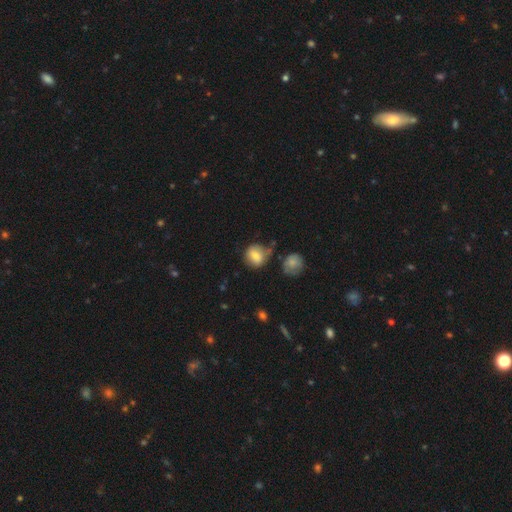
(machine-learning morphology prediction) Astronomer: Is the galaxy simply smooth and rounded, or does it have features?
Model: smooth — 76%.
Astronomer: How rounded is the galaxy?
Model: round — 72%.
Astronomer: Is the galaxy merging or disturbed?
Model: none — 62%.